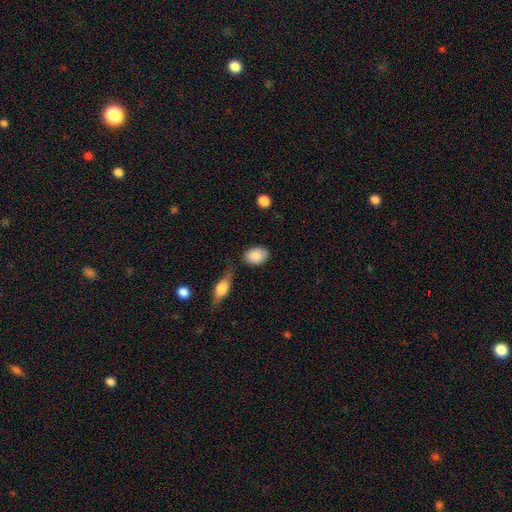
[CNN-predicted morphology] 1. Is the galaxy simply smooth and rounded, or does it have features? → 88% smooth, 6% featured or disk, 6% star or artifact.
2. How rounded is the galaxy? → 77% in between, 21% round, 1% cigar-shaped.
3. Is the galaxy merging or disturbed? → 69% none, 17% minor disturbance, 9% merger, 5% major disturbance.